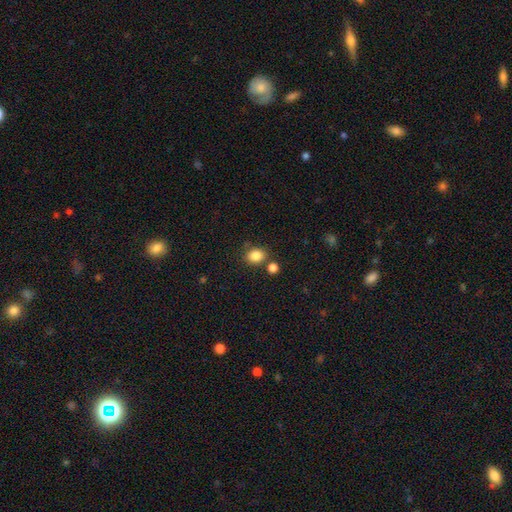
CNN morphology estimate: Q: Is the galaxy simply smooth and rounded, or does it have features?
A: smooth — 85%.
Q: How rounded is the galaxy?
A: round — 53%.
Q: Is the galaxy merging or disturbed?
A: none — 72%.